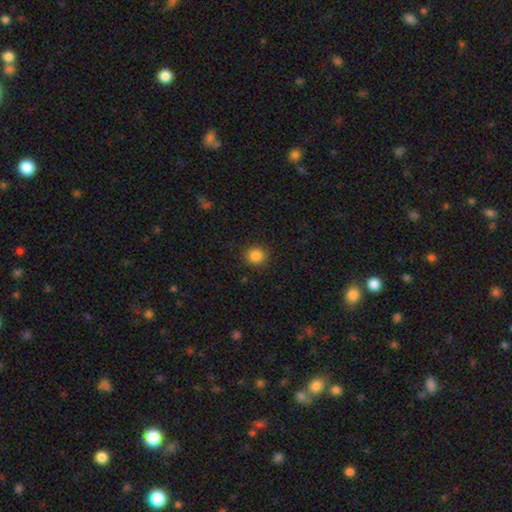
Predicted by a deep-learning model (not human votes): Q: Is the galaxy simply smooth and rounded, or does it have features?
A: smooth — 86%.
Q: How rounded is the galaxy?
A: round — 91%.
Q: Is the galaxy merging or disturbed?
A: none — 90%.